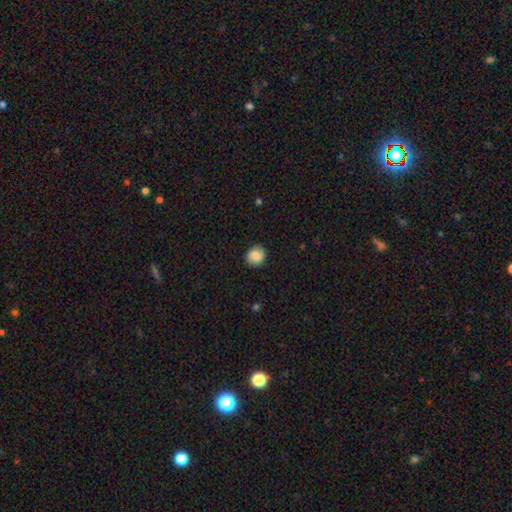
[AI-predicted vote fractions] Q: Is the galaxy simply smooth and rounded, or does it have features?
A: smooth — 83%.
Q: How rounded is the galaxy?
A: round — 82%.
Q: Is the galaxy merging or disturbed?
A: none — 89%.